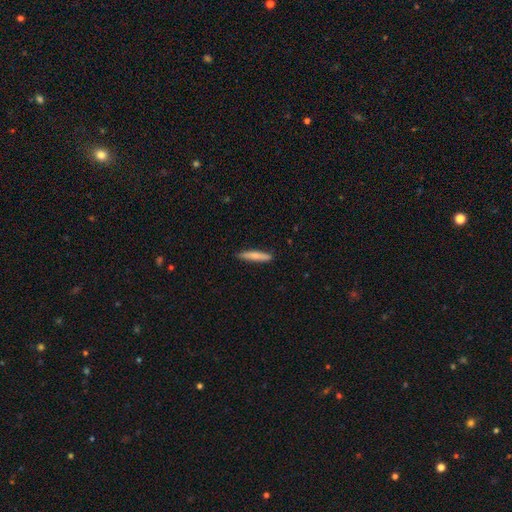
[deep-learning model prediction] This appears to be a smooth galaxy with no disk features (75%) that is cigar-shaped (91%). Merging: none (88%).